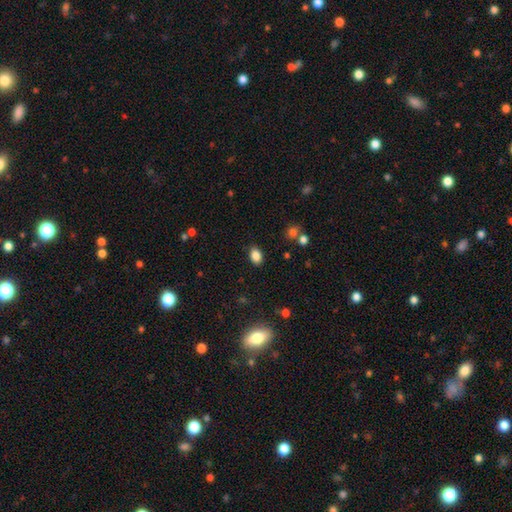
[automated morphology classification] A smooth galaxy with no disk features (85%) that is in between round and cigar-shaped (81%). Merging: none (86%).